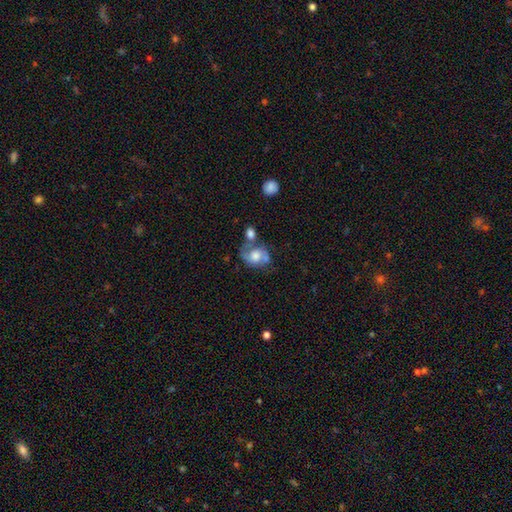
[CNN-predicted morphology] Overall: featured or disk (50%; smooth 41%). Edge-on disk: no (97%). Merging: none (37%; merger 28%).